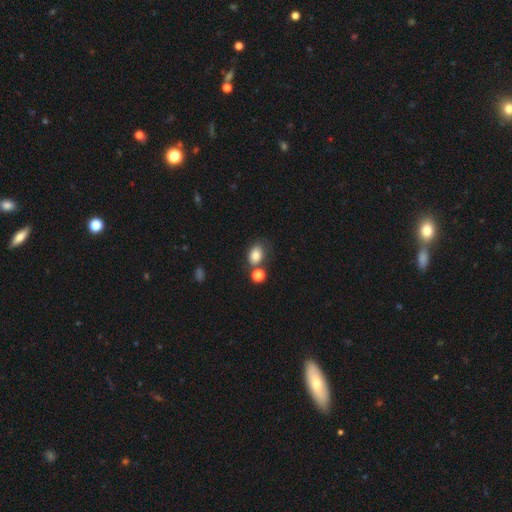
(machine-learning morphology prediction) Smooth or featured?
  - smooth: 81% *
  - star or artifact: 11%
  - featured or disk: 9%
How rounded?
  - in between: 72% *
  - round: 27%
  - cigar-shaped: 1%
Merging?
  - none: 60% *
  - merger: 19%
  - minor disturbance: 15%
  - major disturbance: 5%